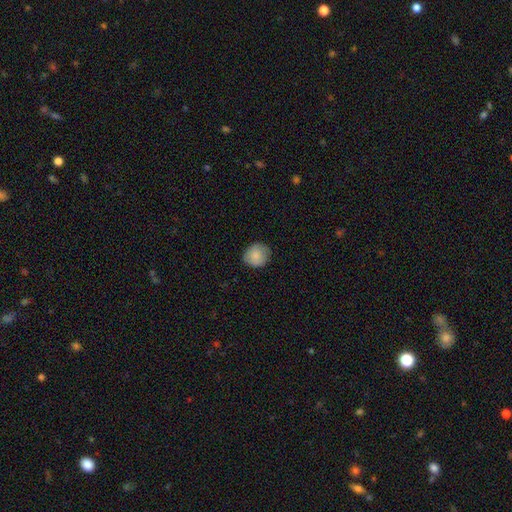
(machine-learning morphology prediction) A smooth galaxy with no disk features (85%) that is round (81%).

Vote fractions:
- Smooth or featured? smooth: 85% / featured or disk: 8% / star or artifact: 7%
- How rounded? round: 81% / in between: 18% / cigar-shaped: 1%
- Merging? none: 82% / minor disturbance: 14% / major disturbance: 3% / merger: 1%